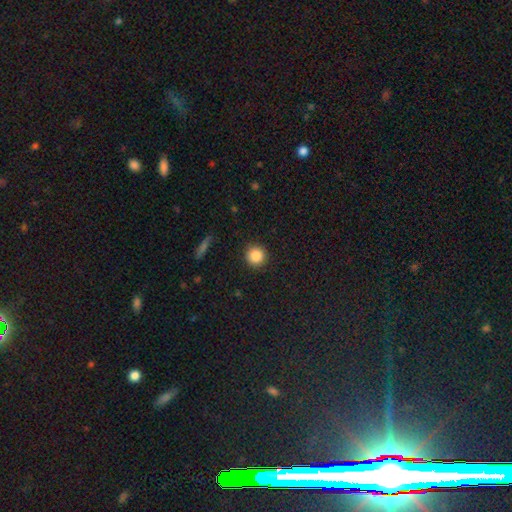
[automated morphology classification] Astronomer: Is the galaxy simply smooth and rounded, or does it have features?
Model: smooth — 86%.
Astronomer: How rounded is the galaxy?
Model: round — 95%.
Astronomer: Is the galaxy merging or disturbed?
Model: none — 92%.